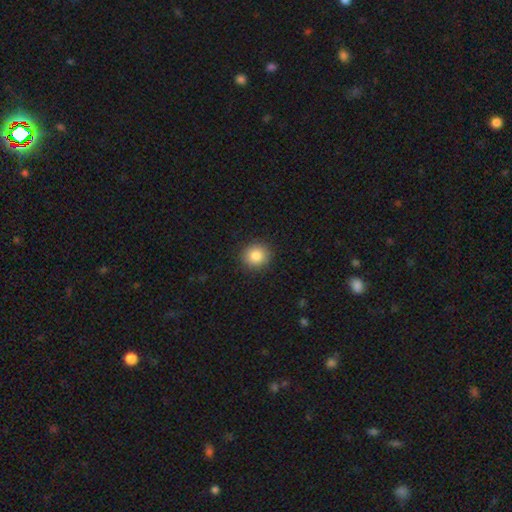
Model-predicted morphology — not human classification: smooth_or_featured: smooth (p=0.85) [alt: star or artifact p=0.10]
how_rounded: round (p=0.88) [alt: in between p=0.11]
merging: none (p=0.90) [alt: minor disturbance p=0.07]